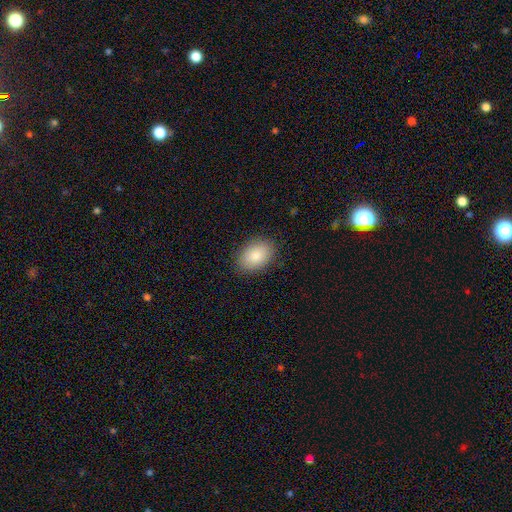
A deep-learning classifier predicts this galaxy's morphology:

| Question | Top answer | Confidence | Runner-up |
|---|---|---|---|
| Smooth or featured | smooth | 86% | featured or disk (7%) |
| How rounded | in between | 85% | round (14%) |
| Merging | none | 87% | minor disturbance (9%) |